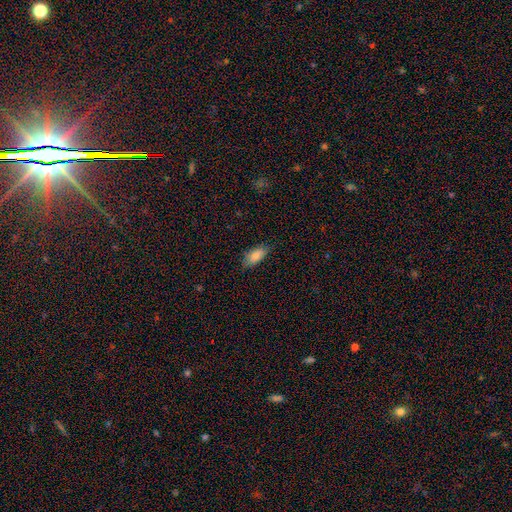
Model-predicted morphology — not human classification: Smooth or featured: smooth — 85% (featured or disk — 8%)
How rounded: in between — 88% (cigar-shaped — 9%)
Merging: none — 78% (minor disturbance — 17%)